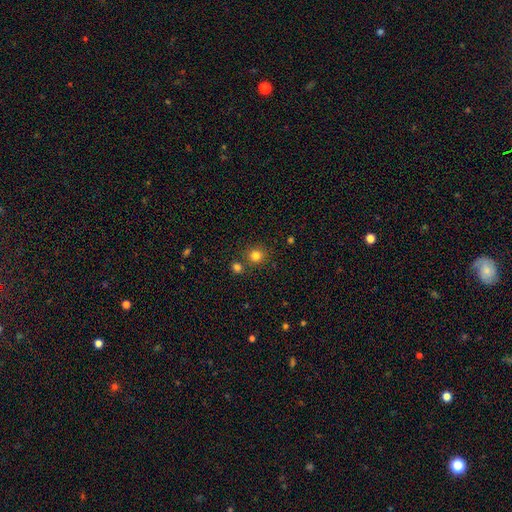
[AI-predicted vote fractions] A smooth galaxy with no disk features (81%) that is round (90%). Merging: none (76%).